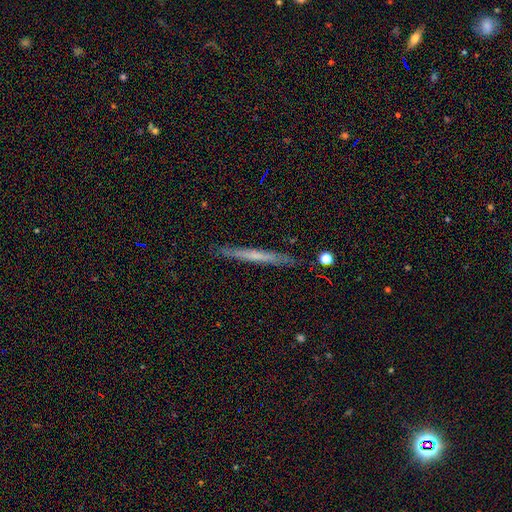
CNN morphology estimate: type=smooth (48%); merging=none (88%).